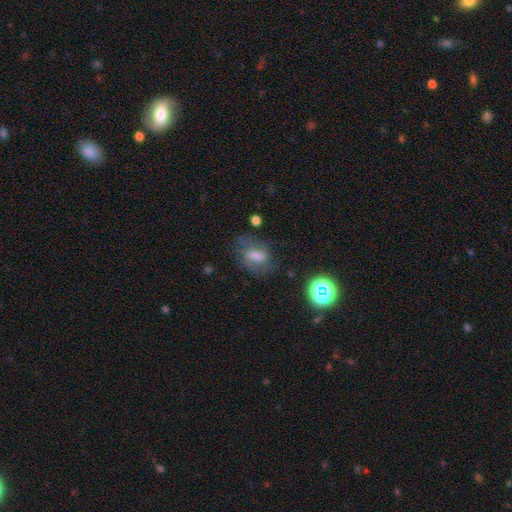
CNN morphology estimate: The model was most divided on "smooth or featured": smooth: 42%, featured or disk: 39%, star or artifact: 20%. More confident: merging — none (65%).